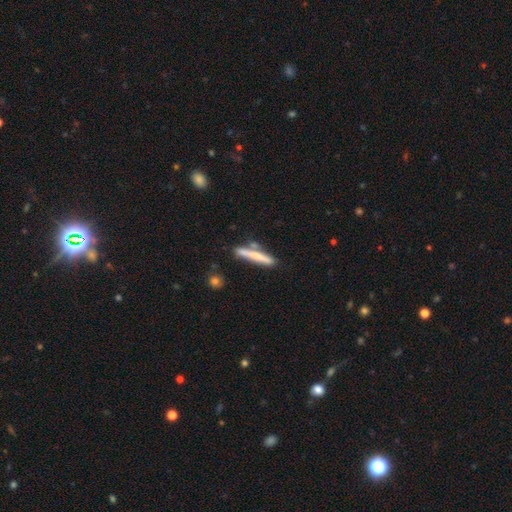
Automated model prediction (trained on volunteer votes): smooth 64%, featured or disk 30%, star or artifact 6%. Down the decision tree: how rounded — cigar-shaped (94%); merging — none (75%).